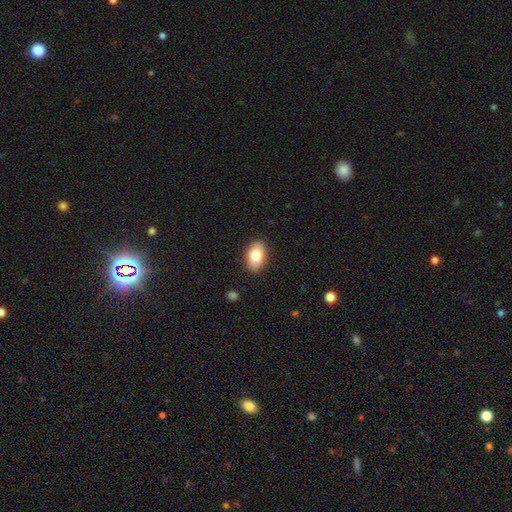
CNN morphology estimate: Q: Smooth or featured?
A: smooth (78%); runner-up: featured or disk (14%)
Q: How rounded?
A: in between (89%); runner-up: round (10%)
Q: Merging?
A: none (87%); runner-up: minor disturbance (10%)